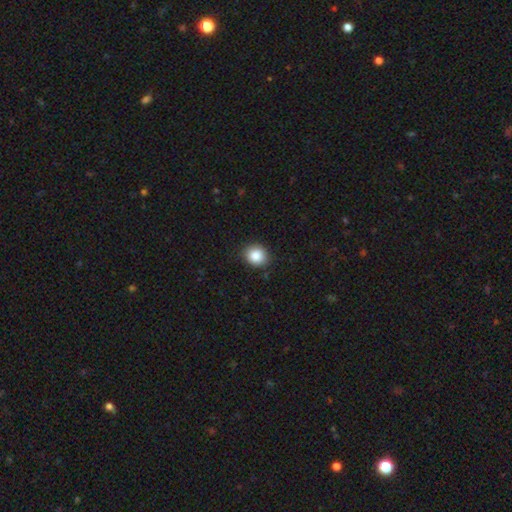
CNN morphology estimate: A smooth galaxy with no disk features (87%) that is round (76%). Merging: none (89%).